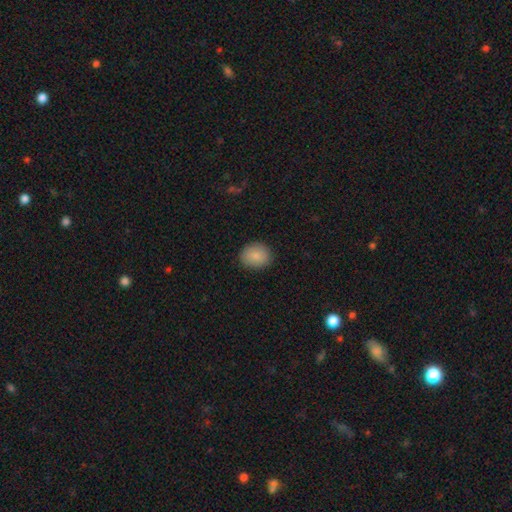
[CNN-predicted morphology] This is clearly a smooth galaxy (86%). How rounded: possibly round (59%). Merging: clearly none (88%).